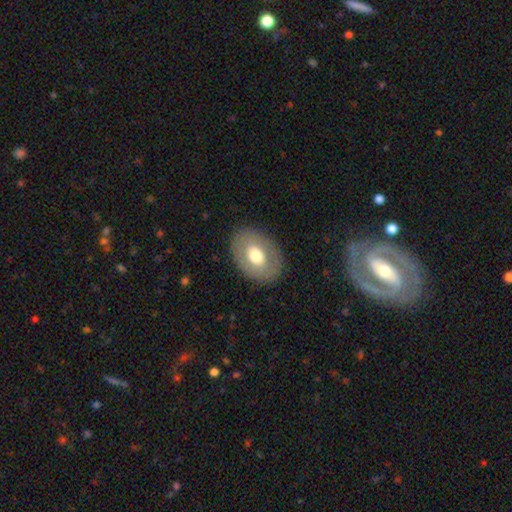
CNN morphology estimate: A smooth galaxy with no disk features (61%) that is in between round and cigar-shaped (78%).

Vote fractions:
- Smooth or featured? smooth: 61% / featured or disk: 32% / star or artifact: 7%
- How rounded? in between: 78% / round: 21% / cigar-shaped: 1%
- Merging? none: 85% / minor disturbance: 10% / major disturbance: 4% / merger: 1%